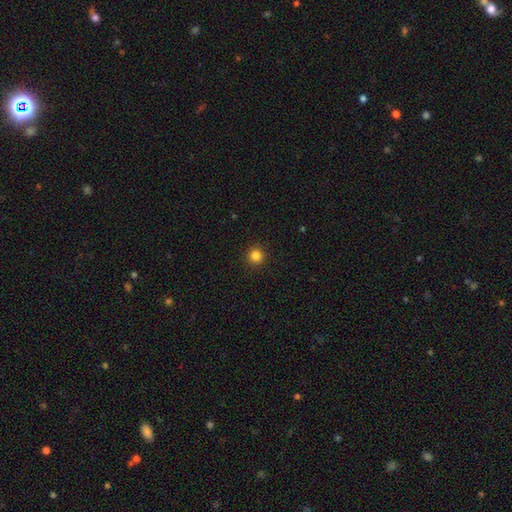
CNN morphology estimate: Smooth or featured: smooth — 83% (star or artifact — 13%)
How rounded: round — 95% (in between — 4%)
Merging: none — 93% (minor disturbance — 5%)